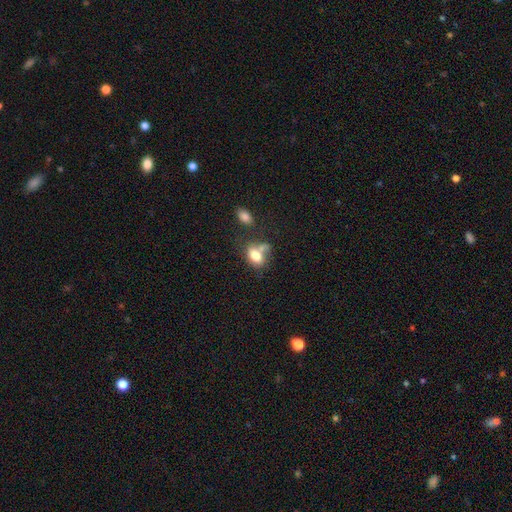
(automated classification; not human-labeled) A smooth galaxy with no disk features (76%) that is in between round and cigar-shaped (78%). Merging: merger (40%).